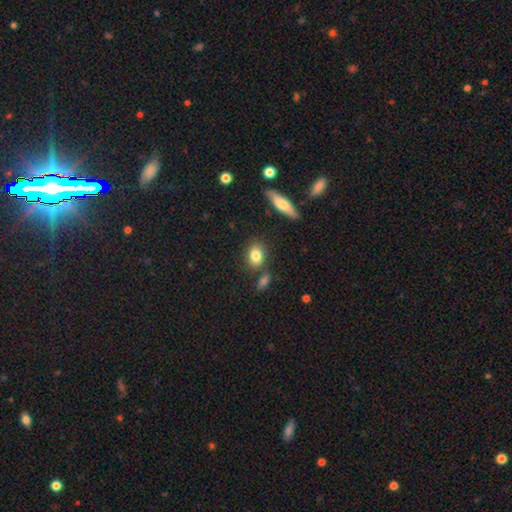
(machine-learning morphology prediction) smooth_or_featured: smooth (p=0.83) [alt: featured or disk p=0.09]
how_rounded: in between (p=0.69) [alt: round p=0.28]
merging: none (p=0.73) [alt: minor disturbance p=0.13]